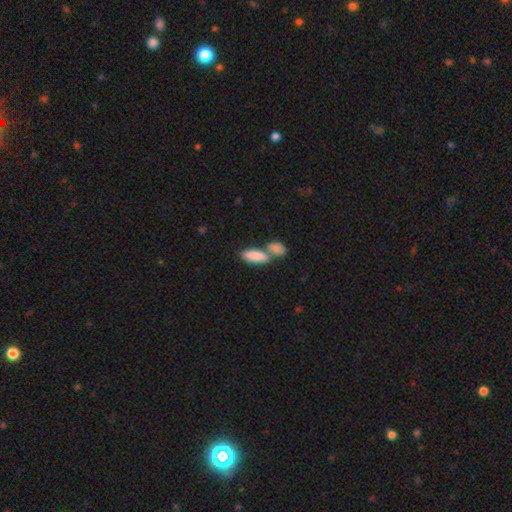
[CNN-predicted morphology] A smooth galaxy with no disk features (85%) that is in between round and cigar-shaped (78%).

Vote fractions:
- Smooth or featured? smooth: 85% / featured or disk: 9% / star or artifact: 6%
- How rounded? in between: 78% / cigar-shaped: 19% / round: 3%
- Merging? merger: 53% / none: 34% / minor disturbance: 9% / major disturbance: 4%